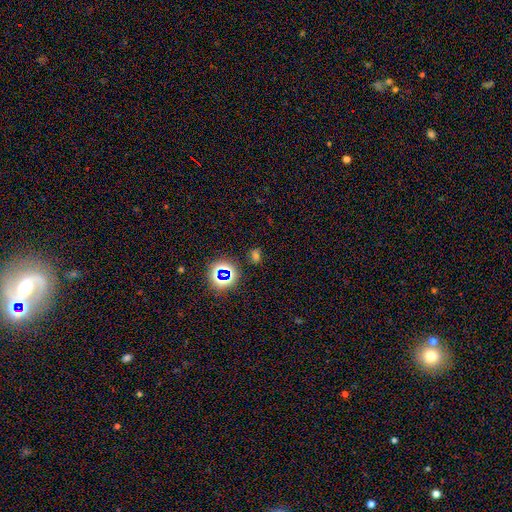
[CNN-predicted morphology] A smooth galaxy with no disk features (48%).

Vote fractions:
- Smooth or featured? smooth: 48% / star or artifact: 44% / featured or disk: 7%
- Merging? none: 73% / minor disturbance: 14% / merger: 7% / major disturbance: 6%